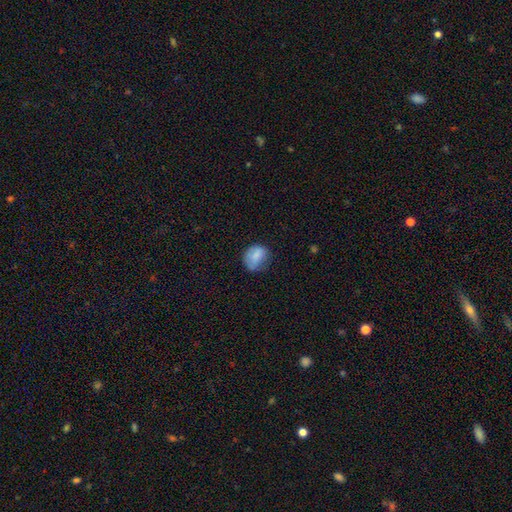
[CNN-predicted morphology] Smooth or featured? Predicted: smooth (p=0.80). How rounded? Predicted: round (p=0.54). Merging? Predicted: none (p=0.53).